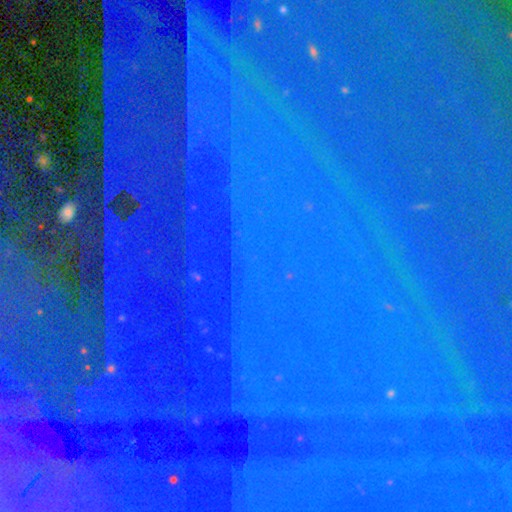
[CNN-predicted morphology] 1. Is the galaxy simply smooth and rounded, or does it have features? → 87% star or artifact, 6% featured or disk, 6% smooth.